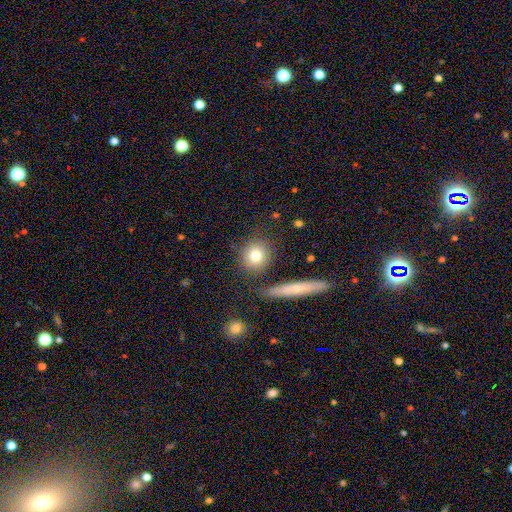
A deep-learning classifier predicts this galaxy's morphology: type=smooth (78%); roundness=round (81%); merging=none (81%).